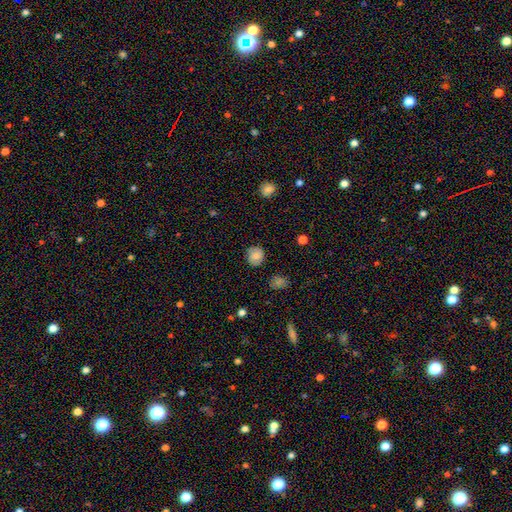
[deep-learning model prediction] This appears to be a smooth galaxy with no disk features (61%) that is round (80%). Merging: none (82%).